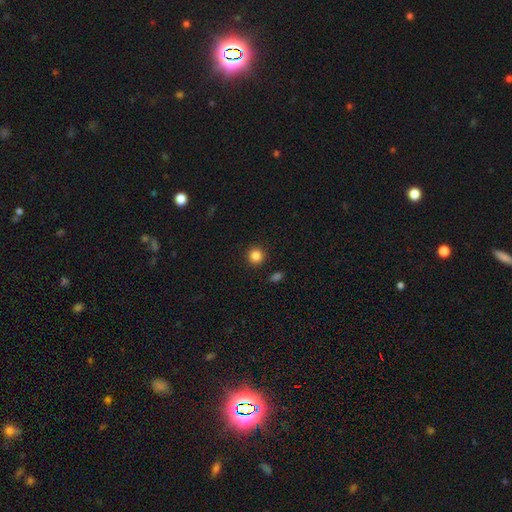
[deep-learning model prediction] This appears to be a smooth galaxy with no disk features (85%) that is round (94%). Merging: none (91%).